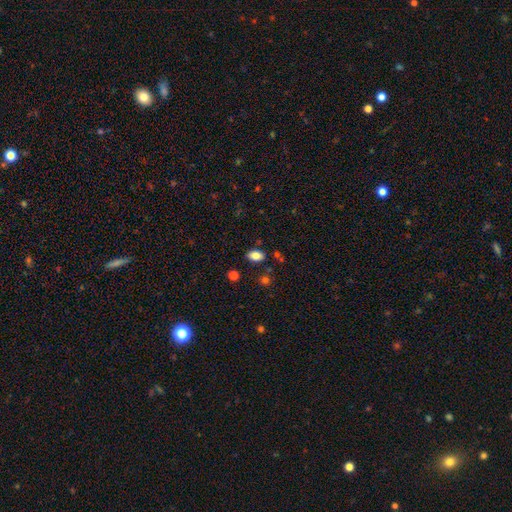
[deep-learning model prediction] Smooth or featured? smooth (84%)
How rounded? in between (88%)
Merging? none (83%)